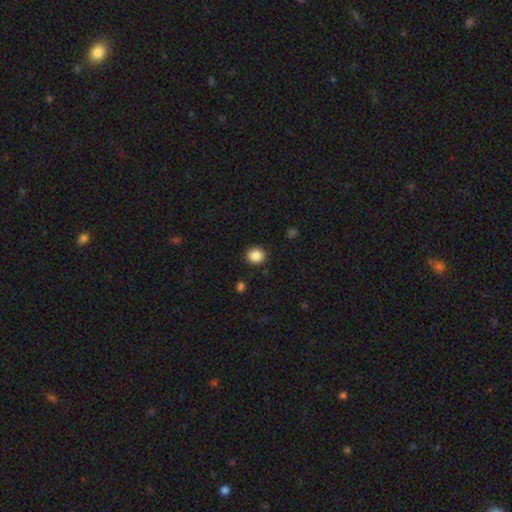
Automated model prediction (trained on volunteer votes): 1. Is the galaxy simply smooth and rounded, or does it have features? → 86% smooth, 10% star or artifact, 4% featured or disk.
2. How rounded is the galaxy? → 84% round, 15% in between, 1% cigar-shaped.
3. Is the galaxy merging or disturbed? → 90% none, 6% minor disturbance, 2% major disturbance, 1% merger.